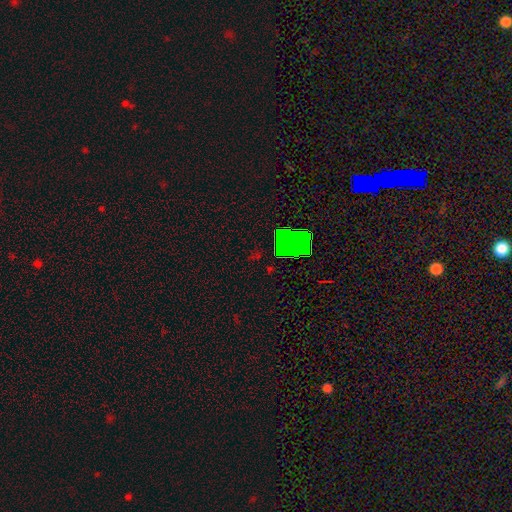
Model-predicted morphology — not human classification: This is possibly a star or artifact rather than a galaxy (58%).